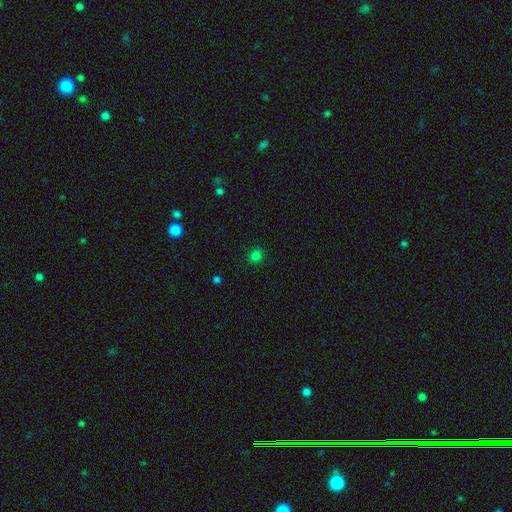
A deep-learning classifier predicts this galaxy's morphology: This is likely a smooth galaxy (79%). How rounded: clearly round (87%). Merging: clearly none (90%).